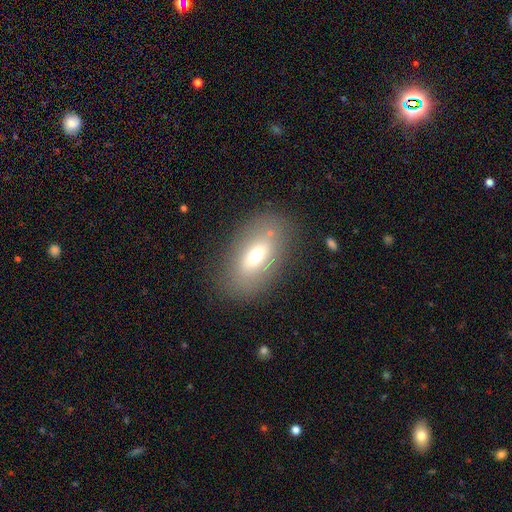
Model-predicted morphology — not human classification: This is likely a smooth galaxy (61%). How rounded: clearly in between (88%). Merging: likely none (80%).